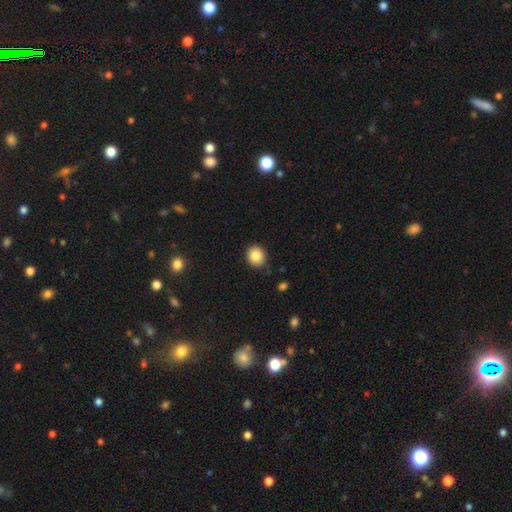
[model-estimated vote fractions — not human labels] smooth 85%, star or artifact 10%, featured or disk 5%. Down the decision tree: how rounded — round (79%); merging — none (83%).